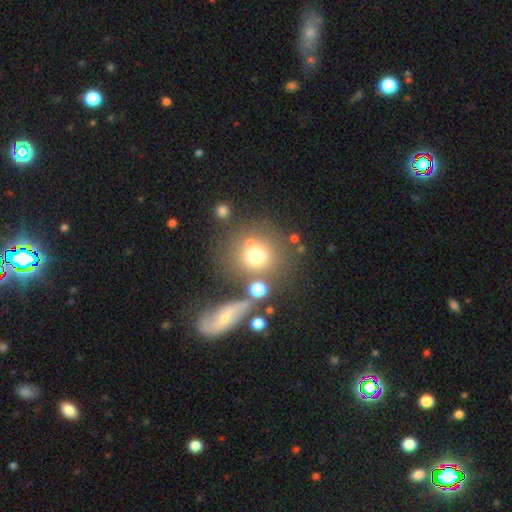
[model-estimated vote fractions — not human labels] A smooth galaxy with no disk features (71%) that is round (88%).

Vote fractions:
- Smooth or featured? smooth: 71% / star or artifact: 15% / featured or disk: 14%
- How rounded? round: 88% / in between: 11% / cigar-shaped: 1%
- Merging? none: 61% / merger: 19% / minor disturbance: 12% / major disturbance: 8%